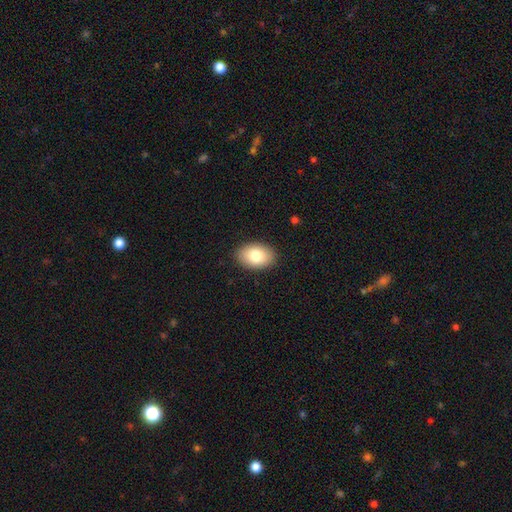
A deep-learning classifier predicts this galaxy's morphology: type=smooth (81%); roundness=in between (87%); merging=none (89%).